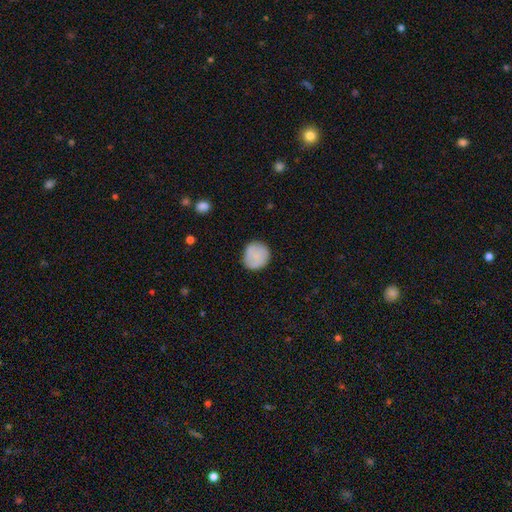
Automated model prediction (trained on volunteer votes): smooth_or_featured: smooth (p=0.81) [alt: featured or disk p=0.12]
how_rounded: round (p=0.89) [alt: in between p=0.10]
merging: none (p=0.83) [alt: minor disturbance p=0.13]